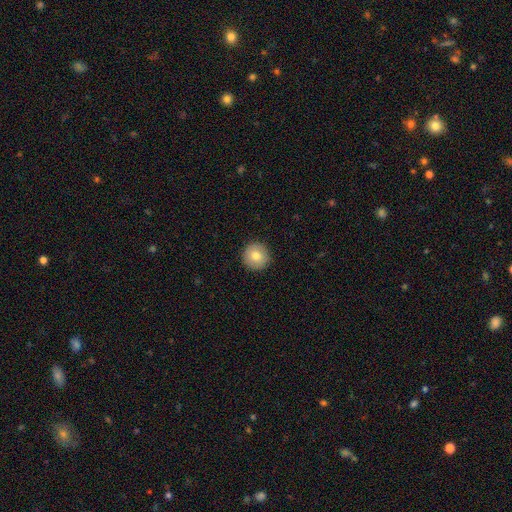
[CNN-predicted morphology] Overall: smooth (79%). How rounded: round (96%). Merging: none (93%).